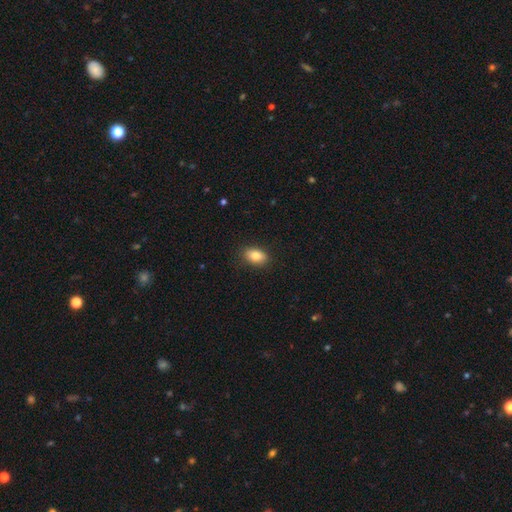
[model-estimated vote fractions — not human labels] The model was most divided on "how rounded": in between: 85%, round: 13%, cigar-shaped: 2%. More confident: merging — none (88%); smooth or featured — smooth (83%).